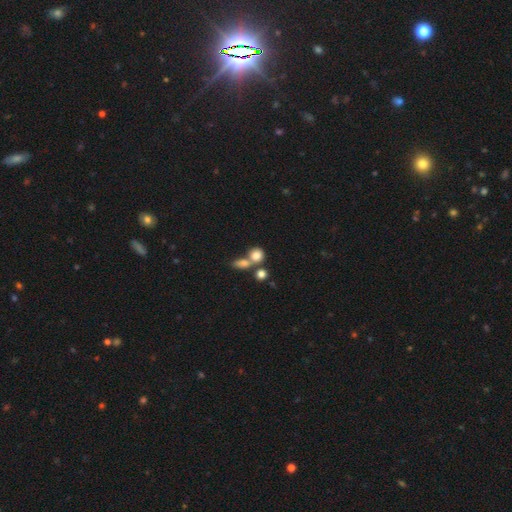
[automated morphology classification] smooth-or-featured: smooth: 78% | star or artifact: 11% | featured or disk: 11%
  how-rounded: round: 72% | in between: 26% | cigar-shaped: 2%
  merging: merger: 46% | none: 40% | minor disturbance: 9% | major disturbance: 5%